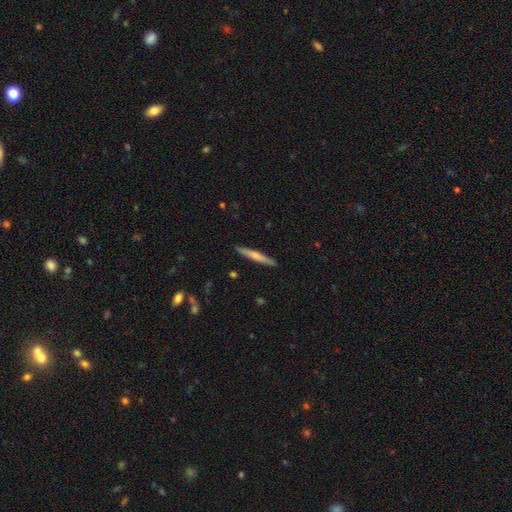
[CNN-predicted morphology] A smooth galaxy with no disk features (60%) that is cigar-shaped (95%).

Vote fractions:
- Smooth or featured? smooth: 60% / featured or disk: 35% / star or artifact: 5%
- How rounded? cigar-shaped: 95% / in between: 4% / round: 1%
- Merging? none: 90% / minor disturbance: 7% / major disturbance: 1% / merger: 1%